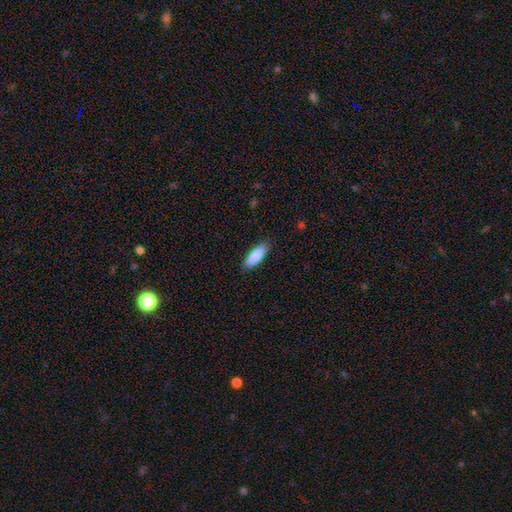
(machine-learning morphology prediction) A smooth galaxy with no disk features (87%) that is in between round and cigar-shaped (54%).

Vote fractions:
- Smooth or featured? smooth: 87% / featured or disk: 8% / star or artifact: 5%
- How rounded? in between: 54% / cigar-shaped: 44% / round: 1%
- Merging? none: 88% / minor disturbance: 9% / major disturbance: 2% / merger: 1%